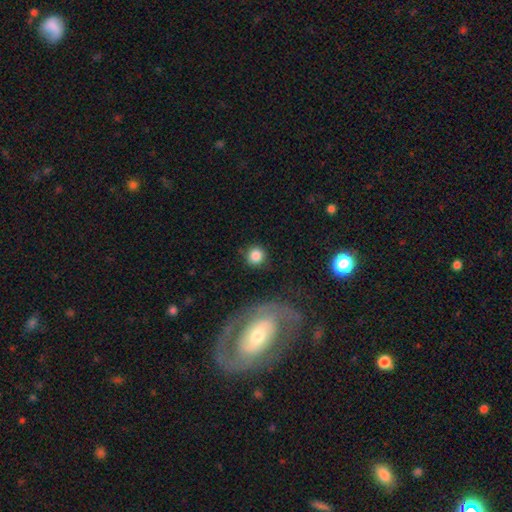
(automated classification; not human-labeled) A smooth galaxy with no disk features (84%) that is round (93%).

Vote fractions:
- Smooth or featured? smooth: 84% / star or artifact: 9% / featured or disk: 6%
- How rounded? round: 93% / in between: 5% / cigar-shaped: 1%
- Merging? none: 85% / minor disturbance: 8% / major disturbance: 3% / merger: 3%